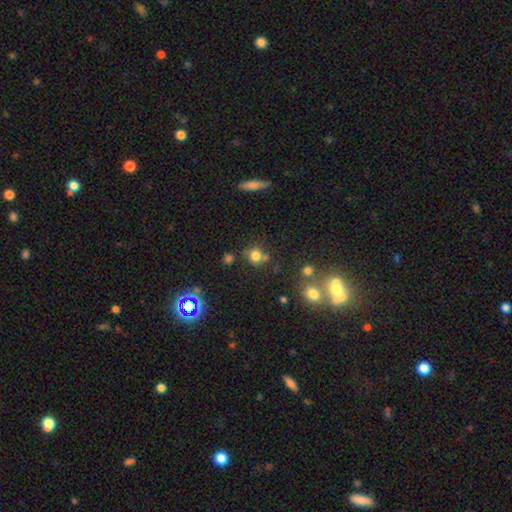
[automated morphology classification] Smooth or featured: smooth — 75% (star or artifact — 17%)
How rounded: round — 84% (in between — 15%)
Merging: none — 65% (merger — 17%)